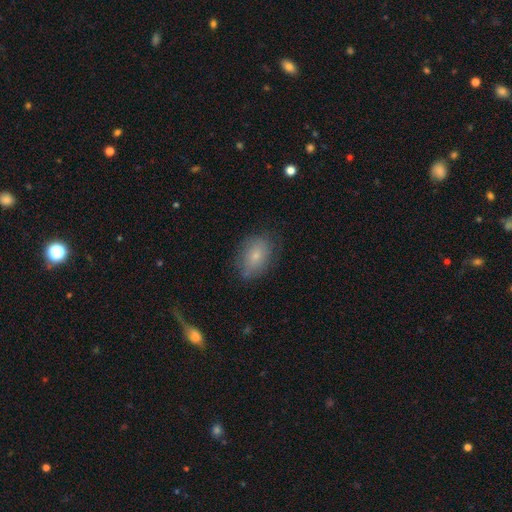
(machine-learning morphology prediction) smooth_or_featured: smooth (p=0.71) [alt: featured or disk p=0.20]
how_rounded: in between (p=0.81) [alt: round p=0.18]
merging: none (p=0.71) [alt: minor disturbance p=0.21]